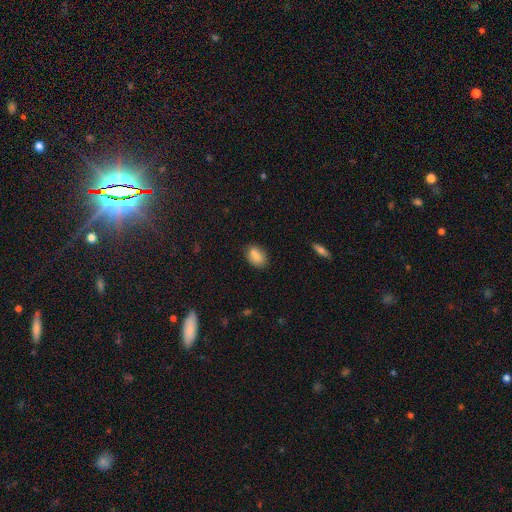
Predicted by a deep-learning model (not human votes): This is clearly a smooth galaxy (86%). How rounded: clearly in between (87%). Merging: likely none (79%).